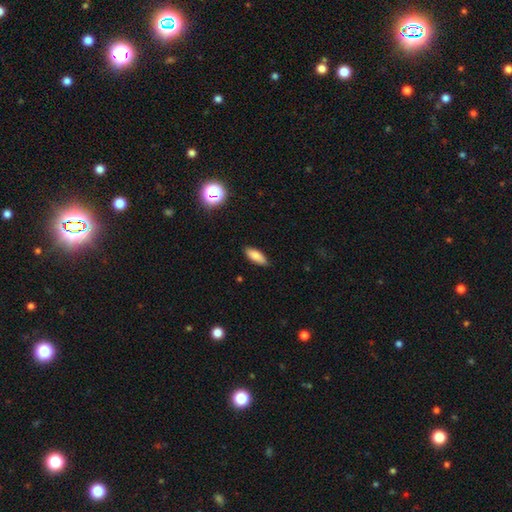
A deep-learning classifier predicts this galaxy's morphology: A smooth galaxy with no disk features (83%) that is in between round and cigar-shaped (73%). Merging: none (85%).